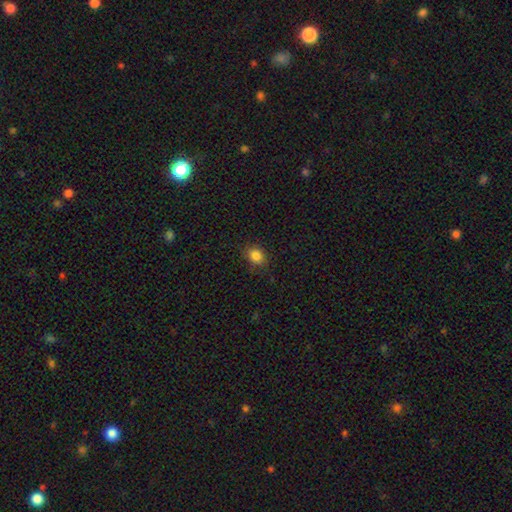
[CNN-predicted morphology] smooth_or_featured: smooth (p=0.85) [alt: star or artifact p=0.11]
how_rounded: round (p=0.52) [alt: in between p=0.47]
merging: none (p=0.83) [alt: minor disturbance p=0.12]